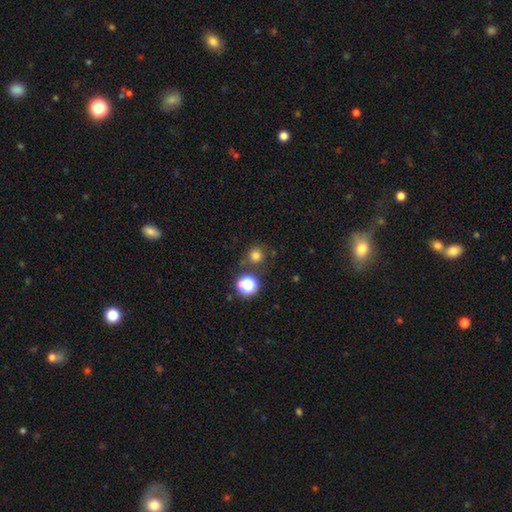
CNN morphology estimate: This appears to be a smooth galaxy with no disk features (75%) that is round (93%). Merging: none (78%).